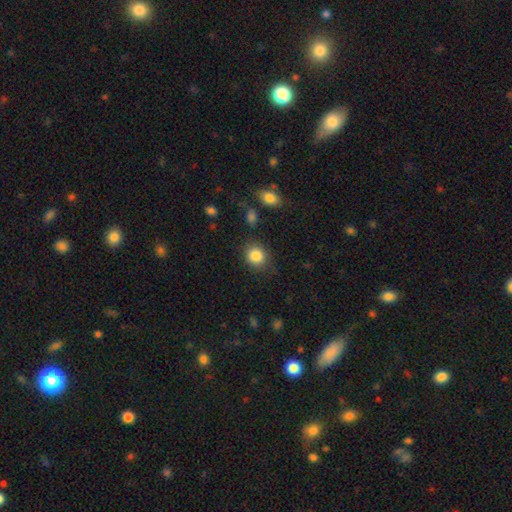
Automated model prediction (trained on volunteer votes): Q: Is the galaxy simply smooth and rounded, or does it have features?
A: smooth — 86%.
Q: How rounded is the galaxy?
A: round — 77%.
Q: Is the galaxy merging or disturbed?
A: none — 80%.